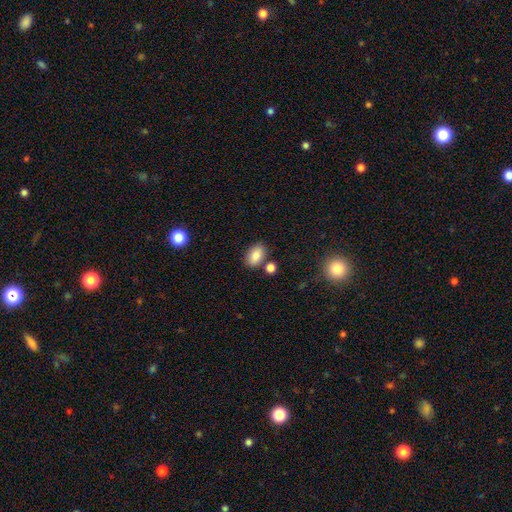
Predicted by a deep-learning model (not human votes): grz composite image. It shows a smooth galaxy with no disk features (84%) that is in between round and cigar-shaped (89%). Merging: none (78%).